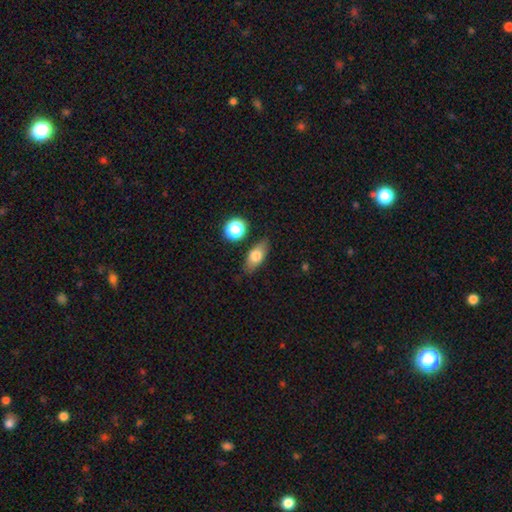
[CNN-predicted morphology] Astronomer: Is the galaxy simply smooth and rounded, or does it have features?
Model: smooth — 71%.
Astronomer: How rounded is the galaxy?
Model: in between — 76%.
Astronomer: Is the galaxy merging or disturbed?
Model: none — 79%.